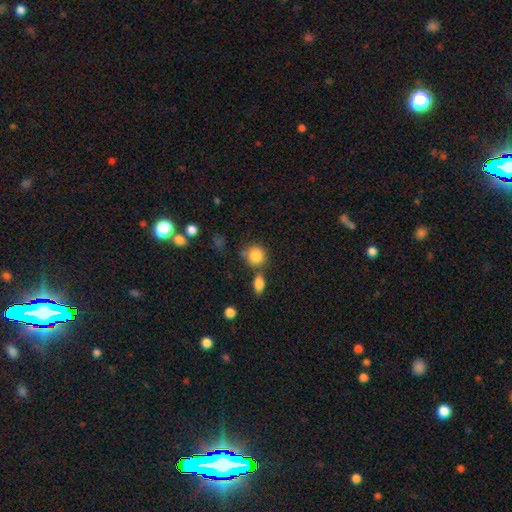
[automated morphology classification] Overall: smooth (84%). How rounded: round (84%). Merging: none (63%).